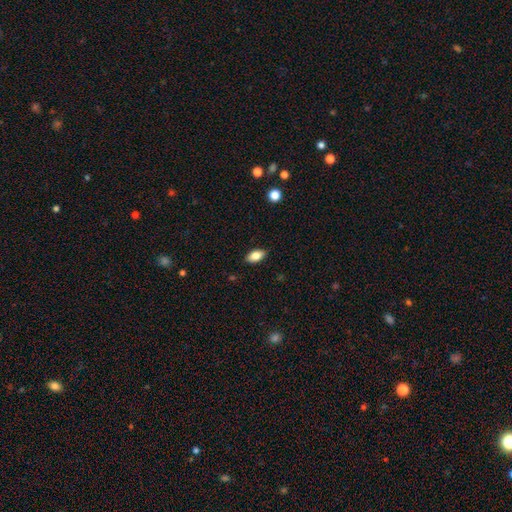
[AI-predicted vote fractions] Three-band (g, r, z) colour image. It shows a smooth galaxy with no disk features (82%) that is in between round and cigar-shaped (91%). Merging: none (88%).